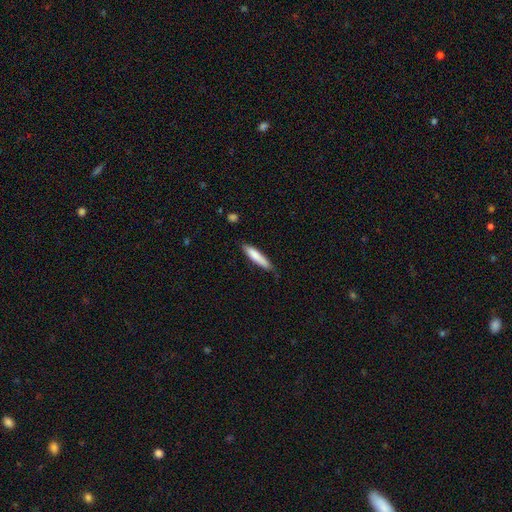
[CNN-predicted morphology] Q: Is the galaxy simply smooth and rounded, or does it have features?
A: smooth — 79%.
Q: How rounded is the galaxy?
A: cigar-shaped — 85%.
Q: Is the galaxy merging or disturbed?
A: none — 77%.